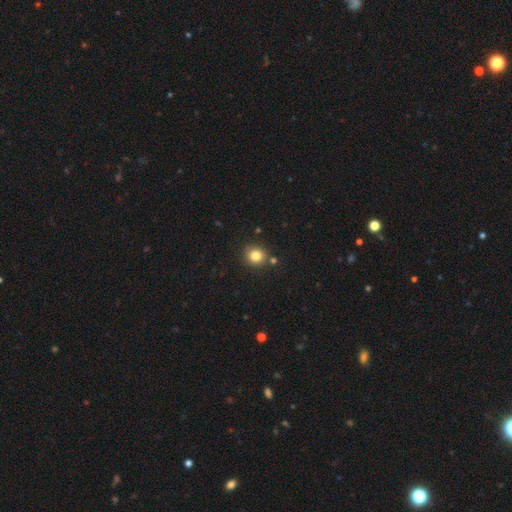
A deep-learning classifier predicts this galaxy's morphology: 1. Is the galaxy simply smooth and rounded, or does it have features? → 82% smooth, 12% star or artifact, 6% featured or disk.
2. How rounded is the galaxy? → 88% round, 11% in between, 1% cigar-shaped.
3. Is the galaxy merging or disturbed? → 82% none, 8% minor disturbance, 7% merger, 2% major disturbance.